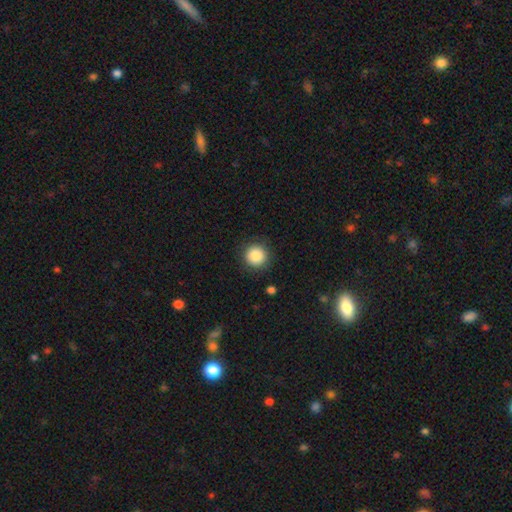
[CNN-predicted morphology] Smooth or featured? smooth (87%)
How rounded? round (95%)
Merging? none (90%)